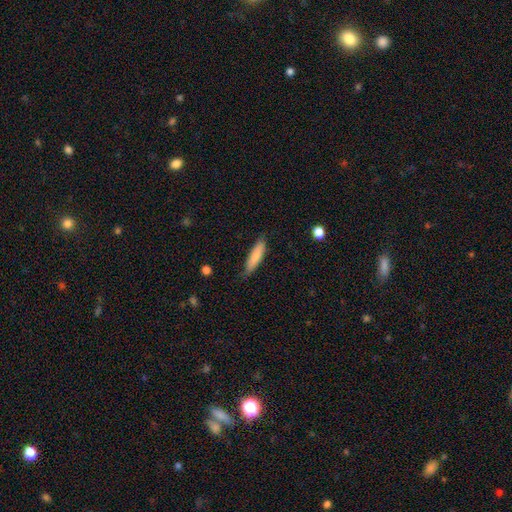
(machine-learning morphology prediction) A smooth galaxy with no disk features (81%) that is cigar-shaped (71%).

Vote fractions:
- Smooth or featured? smooth: 81% / featured or disk: 13% / star or artifact: 6%
- How rounded? cigar-shaped: 71% / in between: 27% / round: 1%
- Merging? none: 76% / minor disturbance: 19% / major disturbance: 3% / merger: 1%